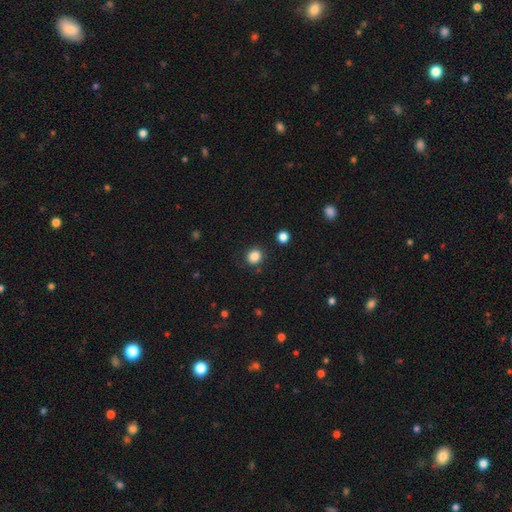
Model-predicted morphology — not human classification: smooth_or_featured: smooth (p=0.85) [alt: star or artifact p=0.11]
how_rounded: round (p=0.85) [alt: in between p=0.15]
merging: none (p=0.87) [alt: minor disturbance p=0.08]